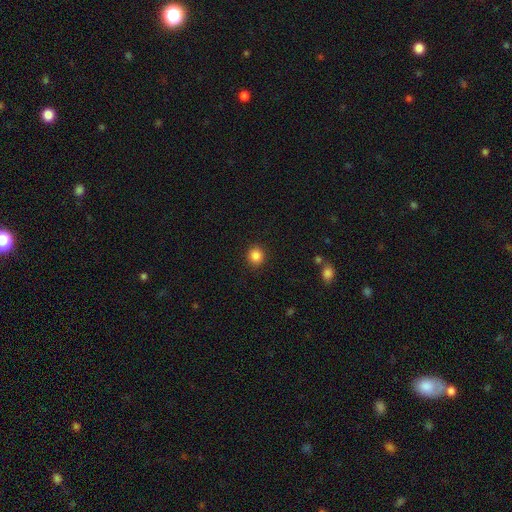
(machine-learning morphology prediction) type=smooth (86%); roundness=round (89%); merging=none (91%).